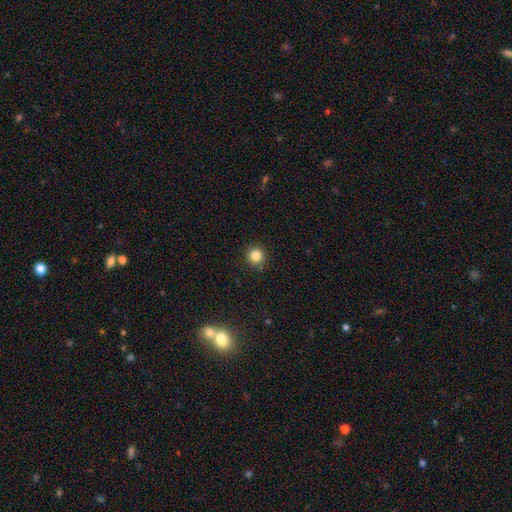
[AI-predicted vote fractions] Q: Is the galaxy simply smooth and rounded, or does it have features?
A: smooth — 83%.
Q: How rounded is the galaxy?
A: round — 95%.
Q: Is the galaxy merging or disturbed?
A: none — 90%.